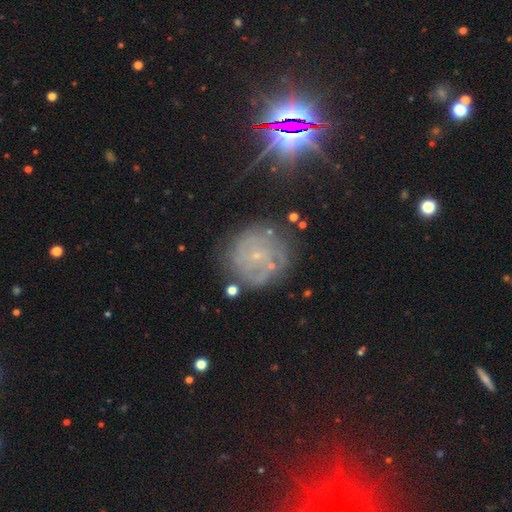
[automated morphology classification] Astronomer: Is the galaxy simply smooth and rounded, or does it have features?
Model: featured or disk — 62%.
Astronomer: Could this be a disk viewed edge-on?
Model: no — 96%.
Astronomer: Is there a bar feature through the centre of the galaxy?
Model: no — 76%.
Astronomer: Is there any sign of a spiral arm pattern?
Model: yes — 78%.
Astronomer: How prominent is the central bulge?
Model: small — 84%.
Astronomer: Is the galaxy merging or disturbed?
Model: none — 71%.